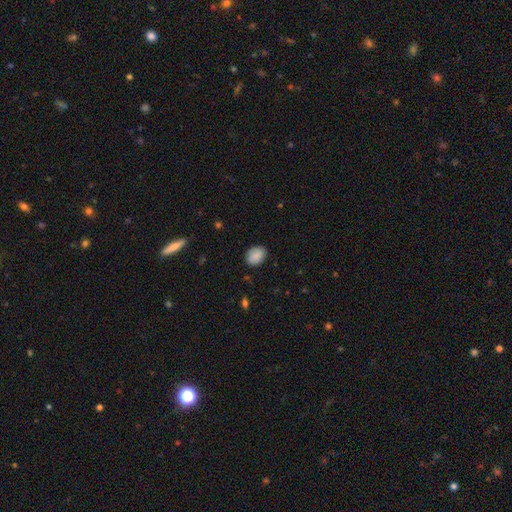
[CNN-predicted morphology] Q: Smooth or featured?
A: smooth (89%); runner-up: star or artifact (7%)
Q: How rounded?
A: in between (66%); runner-up: round (33%)
Q: Merging?
A: none (85%); runner-up: minor disturbance (11%)